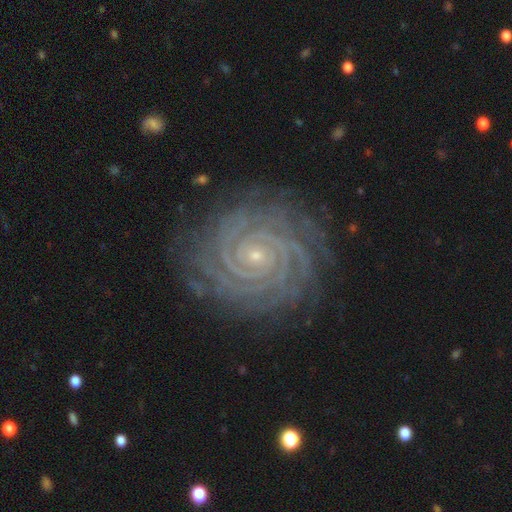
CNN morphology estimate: featured or disk 93%, star or artifact 5%, smooth 3%. Down the decision tree: edge-on disk — no (98%); bar — no (70%); spiral arms — yes (99%); spiral arm count — 2 (26%); spiral winding — tight (91%); bulge size — small (87%); merging — none (83%).